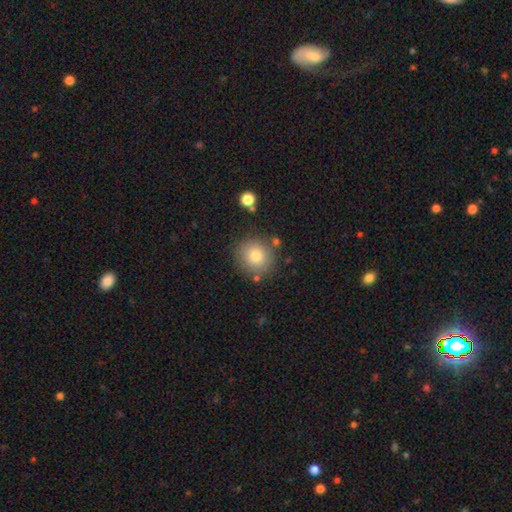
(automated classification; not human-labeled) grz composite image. It shows a smooth galaxy with no disk features (77%) that is round (90%). Merging: none (82%).